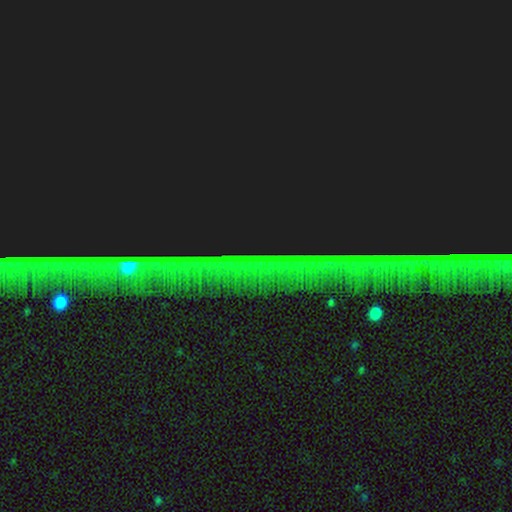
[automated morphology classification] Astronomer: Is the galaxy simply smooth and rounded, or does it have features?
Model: star or artifact — 83%.